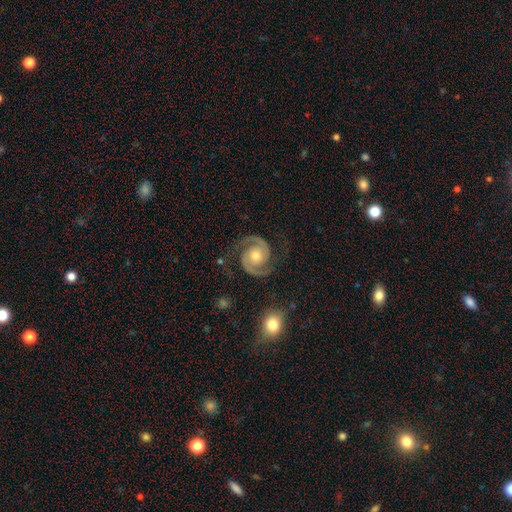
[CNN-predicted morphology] Overall: featured or disk (93%). Edge-on disk: no (98%). Bar: no (70%). Spiral arms: yes (99%). Spiral arm count: 2 (95%). Spiral winding: medium (51%; tight 41%). Bulge size: moderate (69%). Merging: none (84%).